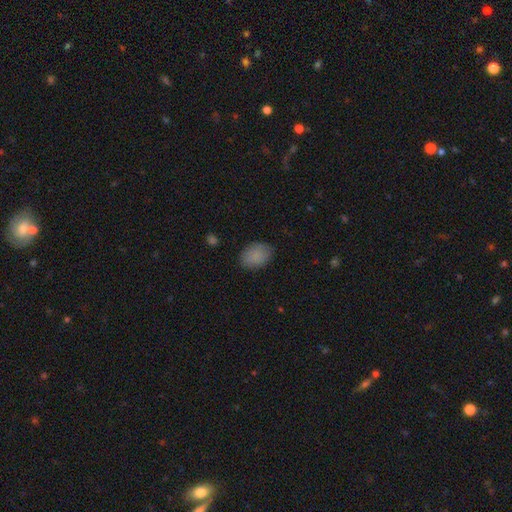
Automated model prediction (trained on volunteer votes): A smooth galaxy with no disk features (87%) that is in between round and cigar-shaped (80%).

Vote fractions:
- Smooth or featured? smooth: 87% / star or artifact: 8% / featured or disk: 6%
- How rounded? in between: 80% / round: 19% / cigar-shaped: 1%
- Merging? none: 83% / minor disturbance: 13% / major disturbance: 3% / merger: 1%